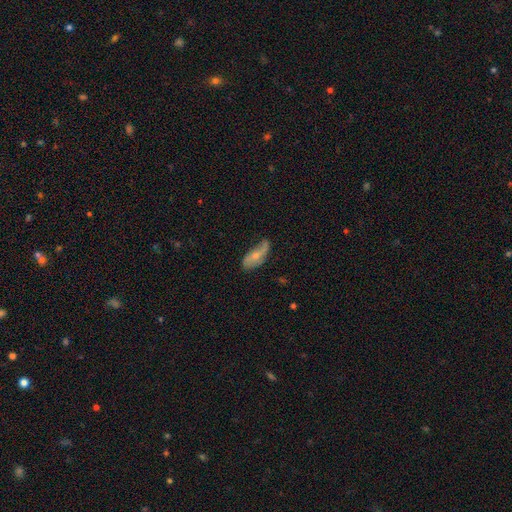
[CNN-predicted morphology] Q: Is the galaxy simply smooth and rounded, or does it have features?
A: featured or disk — 48%.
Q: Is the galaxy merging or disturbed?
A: none — 50%.